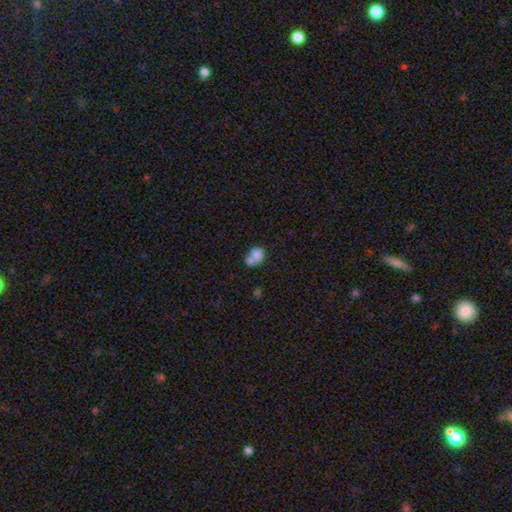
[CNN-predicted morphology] smooth-or-featured: smooth: 77% | featured or disk: 14% | star or artifact: 10%
  how-rounded: round: 54% | in between: 45% | cigar-shaped: 1%
  merging: merger: 59% | none: 26% | minor disturbance: 9% | major disturbance: 5%